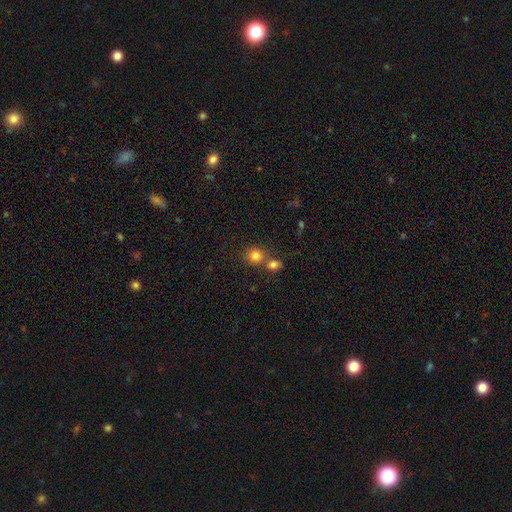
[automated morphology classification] This is clearly a smooth galaxy (81%). How rounded: clearly round (85%). Merging: possibly none (57%).